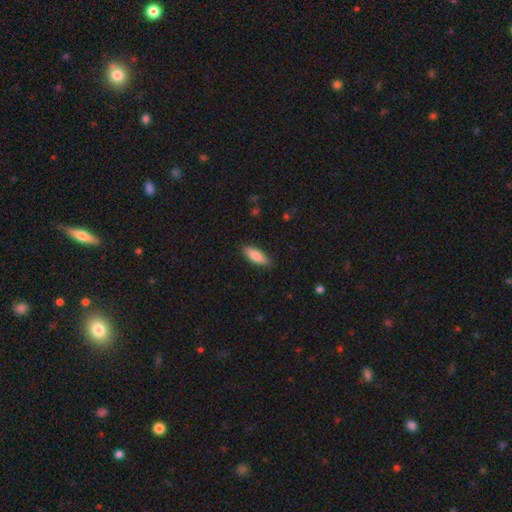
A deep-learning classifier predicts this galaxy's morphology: A smooth galaxy with no disk features (83%) that is in between round and cigar-shaped (68%). Merging: none (86%).